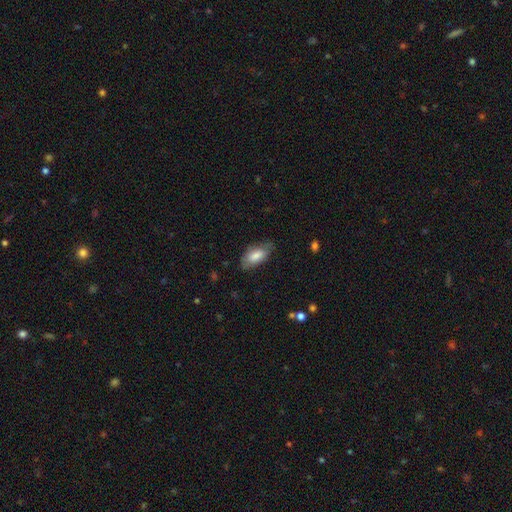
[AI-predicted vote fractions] smooth-or-featured: smooth: 78% | featured or disk: 16% | star or artifact: 6%
  how-rounded: in between: 90% | cigar-shaped: 8% | round: 3%
  merging: none: 67% | minor disturbance: 25% | major disturbance: 6% | merger: 1%